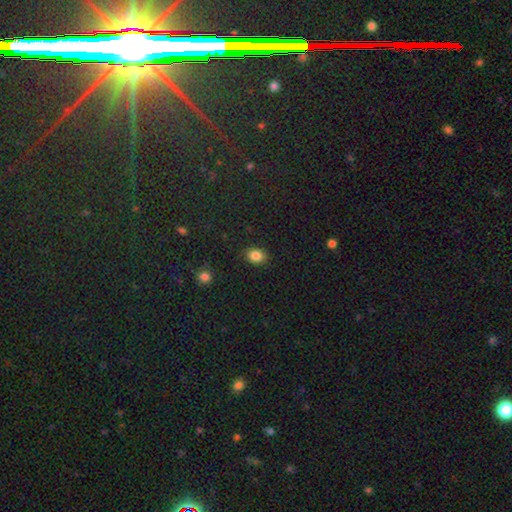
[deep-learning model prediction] The model was most divided on "how rounded": in between: 58%, round: 41%, cigar-shaped: 1%. More confident: merging — none (88%); smooth or featured — smooth (84%).